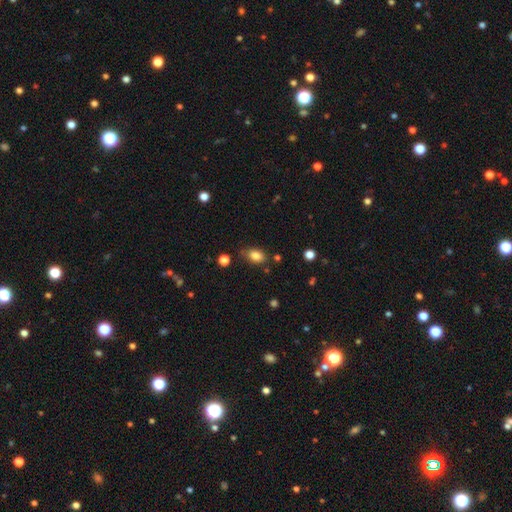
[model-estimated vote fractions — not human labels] Smooth or featured: smooth — 84% (star or artifact — 10%)
How rounded: in between — 84% (round — 14%)
Merging: none — 73% (minor disturbance — 19%)